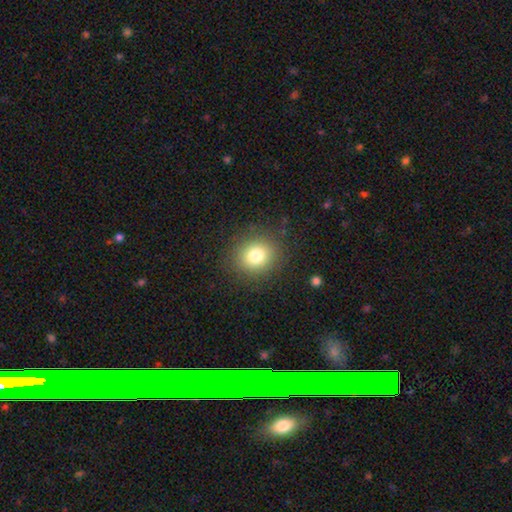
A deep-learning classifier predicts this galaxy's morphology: smooth-or-featured: smooth: 79% | star or artifact: 13% | featured or disk: 9%
  how-rounded: round: 82% | in between: 17% | cigar-shaped: 1%
  merging: none: 88% | minor disturbance: 8% | major disturbance: 3% | merger: 1%